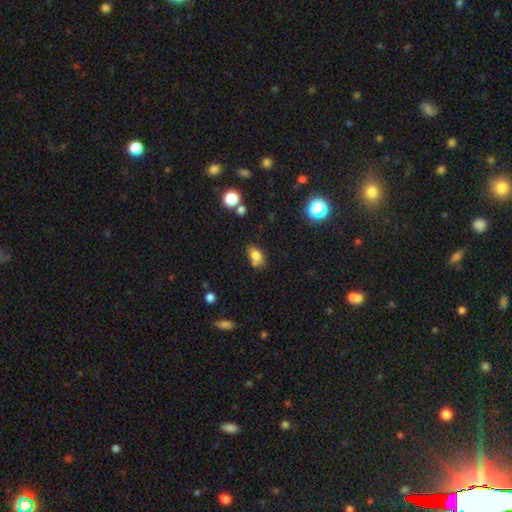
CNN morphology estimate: smooth 78%, star or artifact 12%, featured or disk 10%. Down the decision tree: how rounded — in between (83%); merging — none (54%).